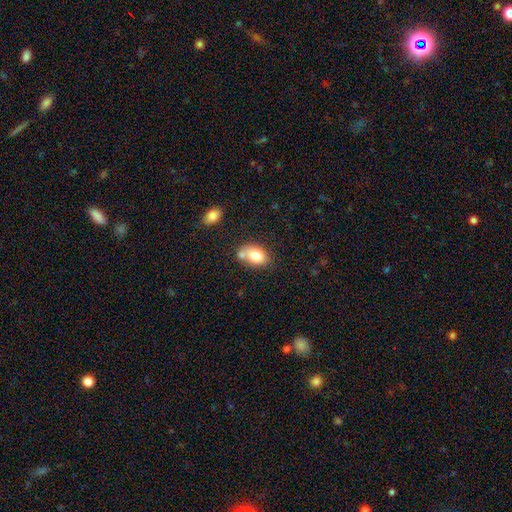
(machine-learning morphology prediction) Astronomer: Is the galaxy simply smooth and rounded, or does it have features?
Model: smooth — 78%.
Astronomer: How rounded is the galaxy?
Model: in between — 81%.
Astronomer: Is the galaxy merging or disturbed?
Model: none — 46% (runner-up: merger, 29%).